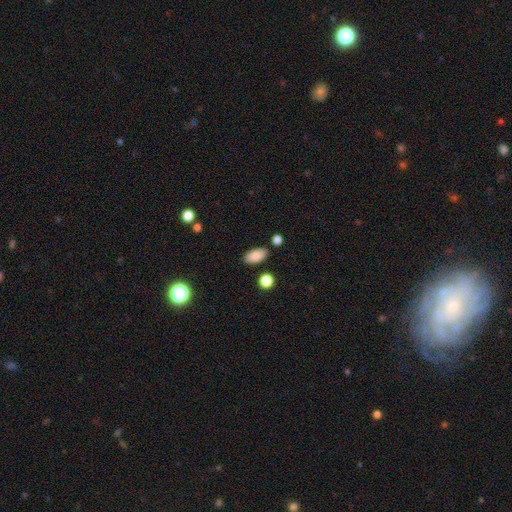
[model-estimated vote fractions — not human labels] smooth_or_featured: smooth (p=0.87) [alt: star or artifact p=0.08]
how_rounded: in between (p=0.92) [alt: cigar-shaped p=0.05]
merging: none (p=0.85) [alt: minor disturbance p=0.09]